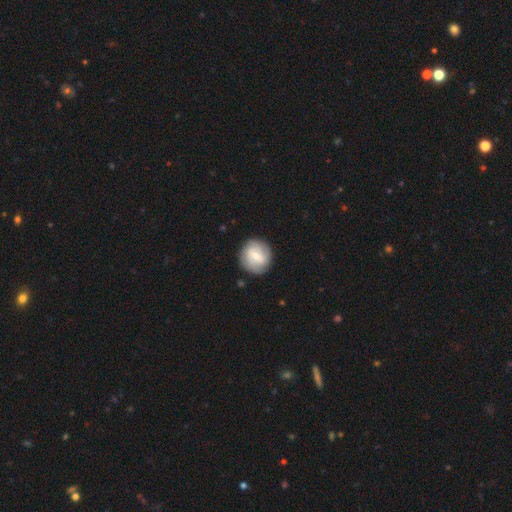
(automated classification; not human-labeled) A featured or disk galaxy (53%) with a weak bar (54%), spiral arms (72%) and a small central bulge (54%).

Vote fractions:
- Smooth or featured? featured or disk: 53% / smooth: 40% / star or artifact: 6%
- Edge-on disk? no: 96% / yes: 4%
- Bar? weak: 54% / strong: 24% / no: 22%
- Spiral arms? yes: 72% / no: 28%
- Bulge size? small: 54% / moderate: 42% / large: 2% / none: 2% / dominant: 1%
- Merging? none: 85% / minor disturbance: 11% / major disturbance: 3% / merger: 1%